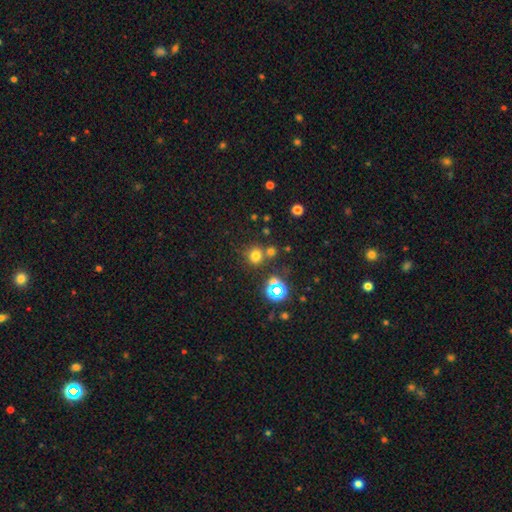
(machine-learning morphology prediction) smooth_or_featured: smooth (p=0.69) [alt: star or artifact p=0.25]
how_rounded: round (p=0.88) [alt: in between p=0.11]
merging: none (p=0.70) [alt: merger p=0.17]